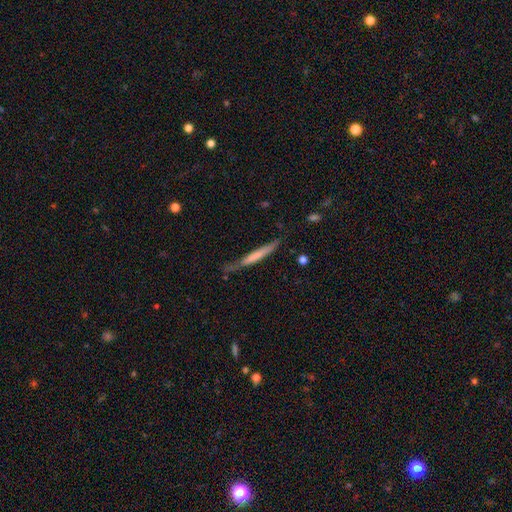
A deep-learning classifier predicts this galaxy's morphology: Smooth or featured?
  - smooth: 58% *
  - featured or disk: 36%
  - star or artifact: 6%
How rounded?
  - cigar-shaped: 96% *
  - in between: 3%
  - round: 1%
Merging?
  - none: 61% *
  - minor disturbance: 27%
  - major disturbance: 8%
  - merger: 3%